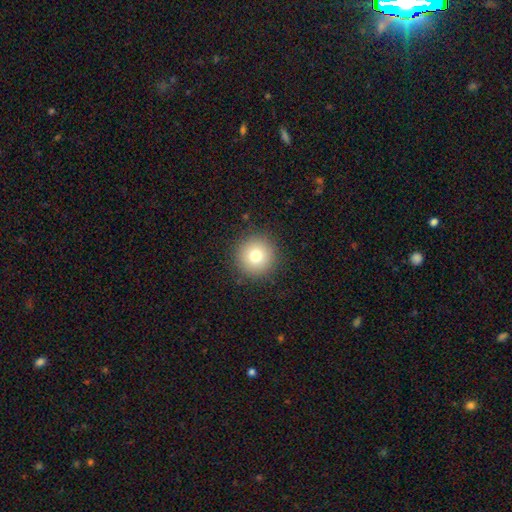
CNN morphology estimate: Q: Smooth or featured?
A: smooth (77%); runner-up: star or artifact (12%)
Q: How rounded?
A: round (96%); runner-up: in between (4%)
Q: Merging?
A: none (90%); runner-up: minor disturbance (6%)